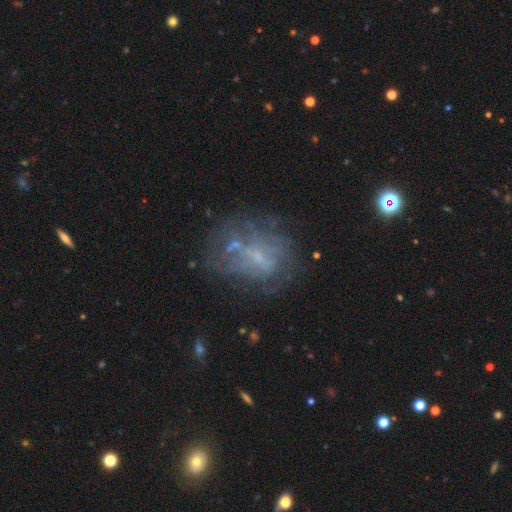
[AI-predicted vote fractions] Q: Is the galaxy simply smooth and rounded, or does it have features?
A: featured or disk — 60%.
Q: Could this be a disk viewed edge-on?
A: no — 96%.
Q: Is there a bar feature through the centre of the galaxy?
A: no — 60%.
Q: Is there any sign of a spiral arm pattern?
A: no — 59%.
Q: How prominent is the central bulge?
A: small — 56%.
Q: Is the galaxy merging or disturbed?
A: none — 53%.